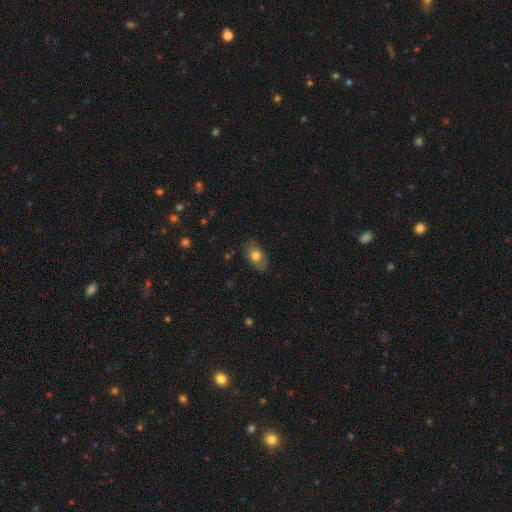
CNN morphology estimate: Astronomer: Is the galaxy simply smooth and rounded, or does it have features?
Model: smooth — 74%.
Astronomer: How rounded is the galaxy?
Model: in between — 89%.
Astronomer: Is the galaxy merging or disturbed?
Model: none — 81%.